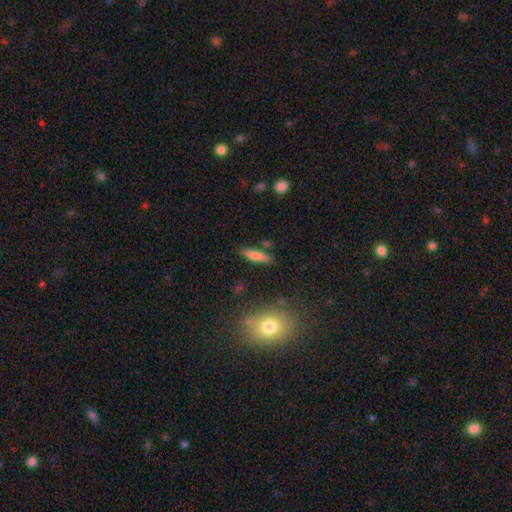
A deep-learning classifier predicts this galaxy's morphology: Smooth or featured? smooth (72%)
How rounded? cigar-shaped (68%)
Merging? none (81%)